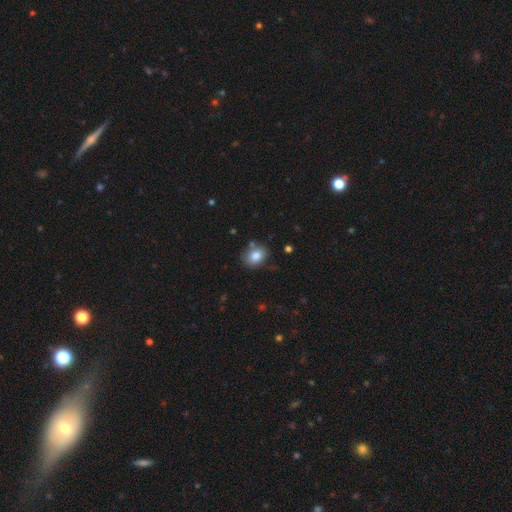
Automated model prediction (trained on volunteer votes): Smooth or featured? smooth (84%)
How rounded? in between (63%)
Merging? none (72%)